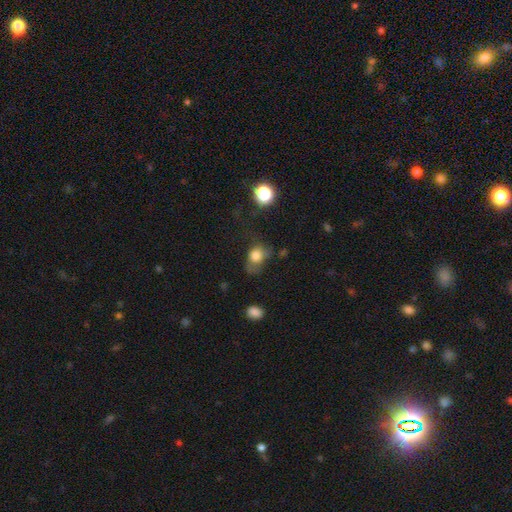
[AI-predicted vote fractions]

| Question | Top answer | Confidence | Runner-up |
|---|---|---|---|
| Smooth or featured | smooth | 73% | featured or disk (16%) |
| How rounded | in between | 52% | round (46%) |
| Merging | none | 35% | major disturbance (32%) |